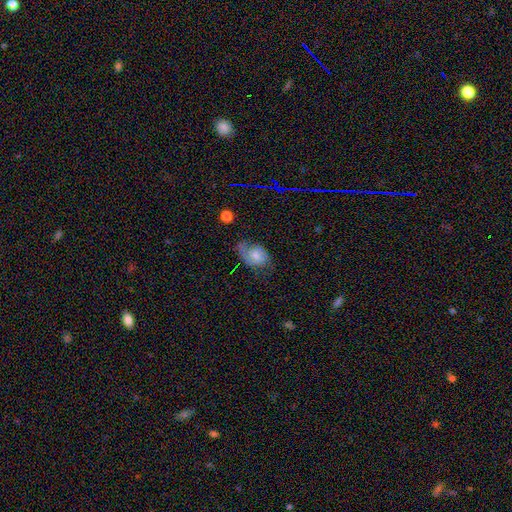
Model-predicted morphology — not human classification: smooth-or-featured: featured or disk: 57% | smooth: 34% | star or artifact: 9%
  disk-edge-on: no: 96% | yes: 4%
    bar: no: 60% | weak: 34% | strong: 6%
    has-spiral-arms: yes: 87% | no: 13%
    bulge-size: small: 43% (tied) | moderate: 43% (tied) | none: 7% | large: 5% | dominant: 2%
  merging: none: 49% | minor disturbance: 29% | major disturbance: 19% | merger: 2%